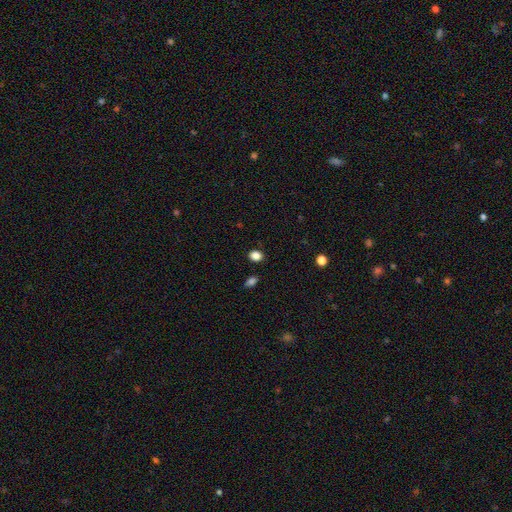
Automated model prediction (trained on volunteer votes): smooth_or_featured: smooth (p=0.85) [alt: star or artifact p=0.11]
how_rounded: in between (p=0.56) [alt: round p=0.42]
merging: none (p=0.87) [alt: minor disturbance p=0.09]